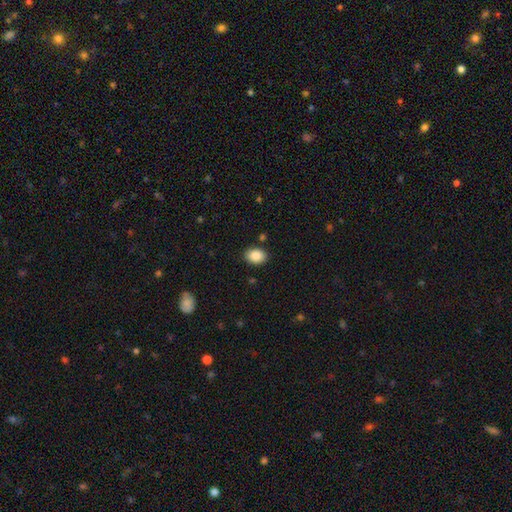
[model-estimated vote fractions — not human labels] Overall: smooth (87%). How rounded: in between (71%). Merging: none (87%).